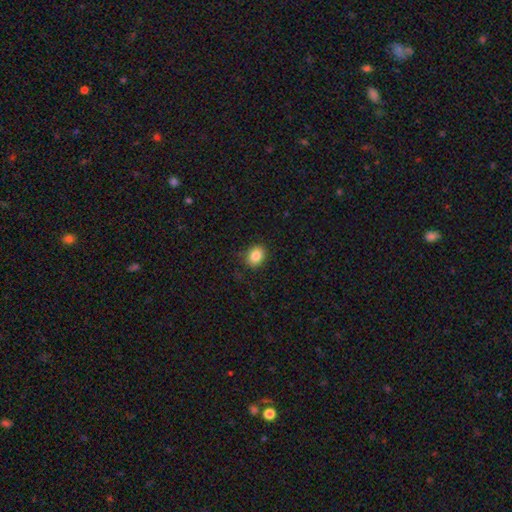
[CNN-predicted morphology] Overall: smooth (85%). How rounded: in between (55%; round 44%). Merging: none (80%).